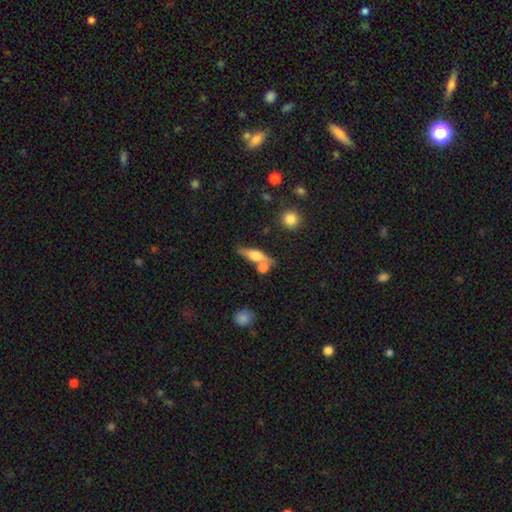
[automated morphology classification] Q: Smooth or featured?
A: smooth (51%); runner-up: featured or disk (41%)
Q: How rounded?
A: cigar-shaped (56%); runner-up: in between (37%)
Q: Merging?
A: none (58%); runner-up: merger (24%)